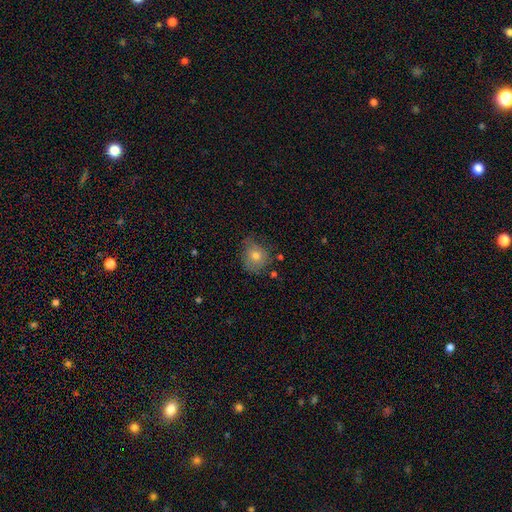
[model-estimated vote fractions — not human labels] Q: Smooth or featured?
A: smooth (68%); runner-up: featured or disk (21%)
Q: How rounded?
A: round (73%); runner-up: in between (26%)
Q: Merging?
A: none (59%); runner-up: minor disturbance (29%)